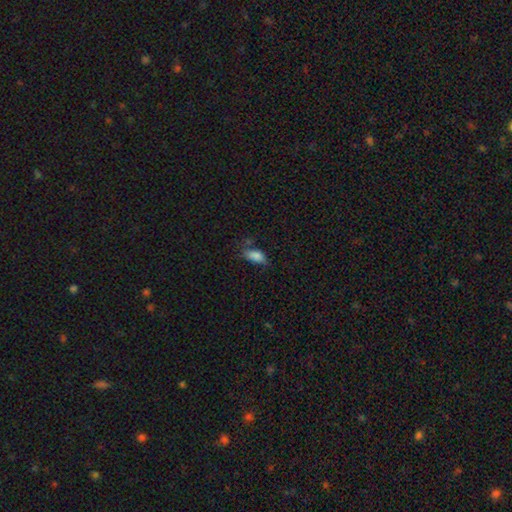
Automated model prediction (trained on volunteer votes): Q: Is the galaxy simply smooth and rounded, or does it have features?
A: smooth — 82%.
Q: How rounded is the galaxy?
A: in between — 88%.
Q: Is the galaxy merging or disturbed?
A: none — 50%.